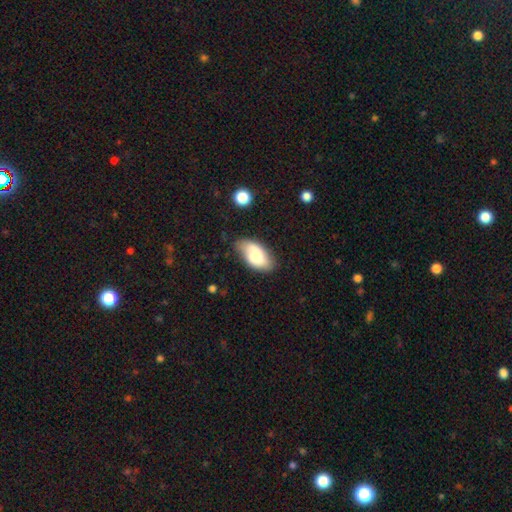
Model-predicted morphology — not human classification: Smooth or featured? smooth (70%)
How rounded? in between (94%)
Merging? none (62%)